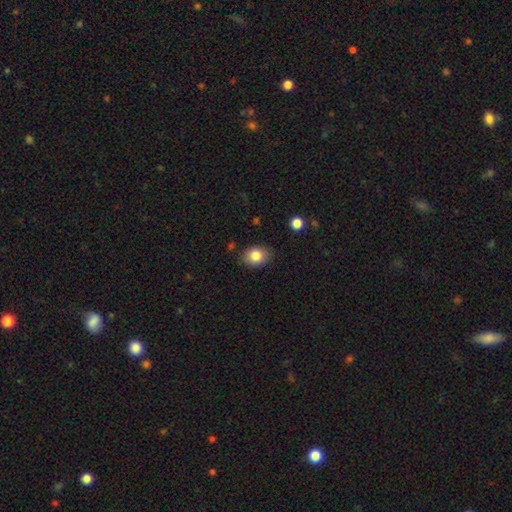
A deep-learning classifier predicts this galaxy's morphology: type=smooth (84%); roundness=in between (64%); merging=none (84%).